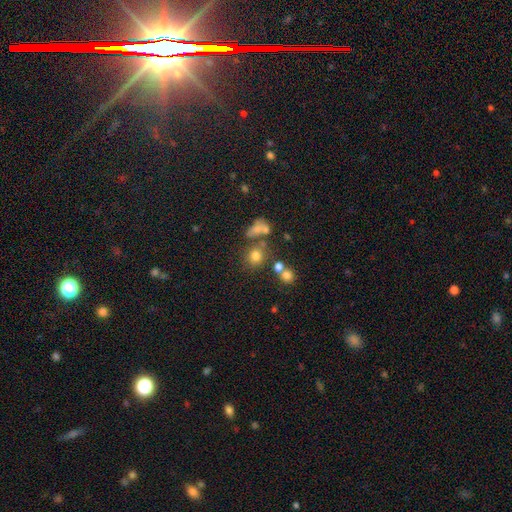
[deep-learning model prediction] Overall: smooth (71%). How rounded: round (79%). Merging: none (61%).